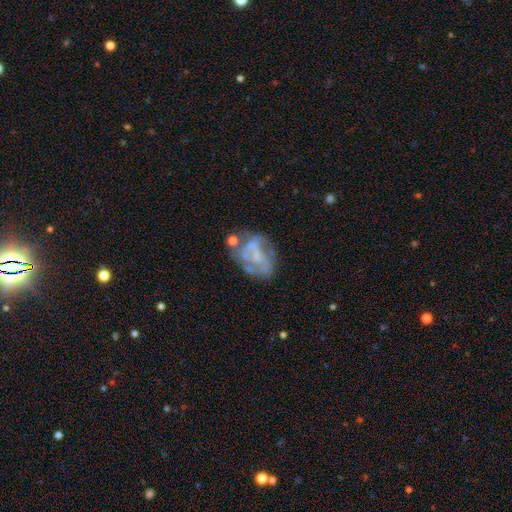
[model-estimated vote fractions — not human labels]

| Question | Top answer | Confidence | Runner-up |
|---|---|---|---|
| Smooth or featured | featured or disk | 64% | smooth (25%) |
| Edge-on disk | no | 97% | yes (3%) |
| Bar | no | 64% | weak (26%) |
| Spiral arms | no | 62% | yes (38%) |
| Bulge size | none | 58% | small (23%) |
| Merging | none | 43% | major disturbance (23%) |